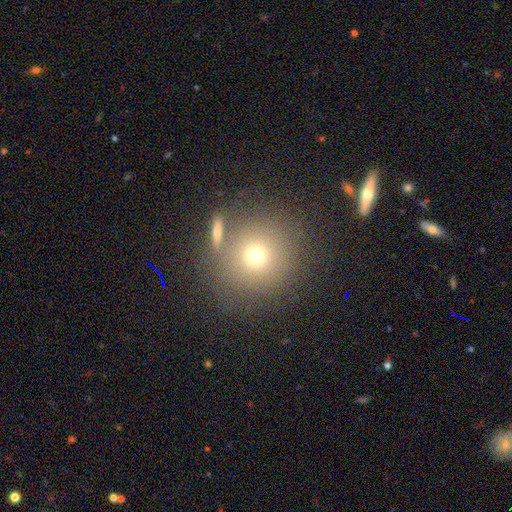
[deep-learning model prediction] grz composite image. It shows a smooth galaxy with no disk features (69%) that is round (91%). Merging: none (75%).